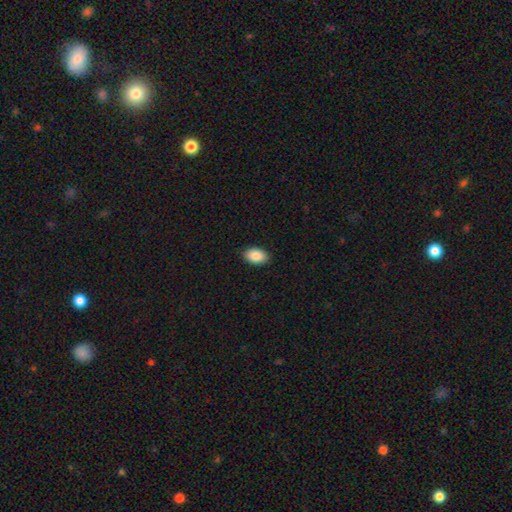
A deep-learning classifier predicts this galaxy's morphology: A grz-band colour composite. It shows a smooth galaxy with no disk features (88%) that is in between round and cigar-shaped (91%). Merging: none (90%).